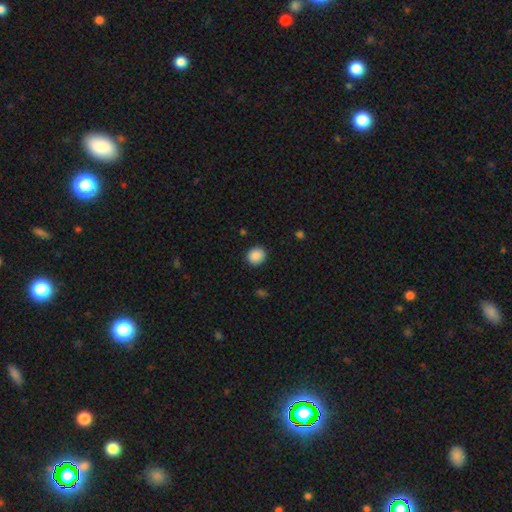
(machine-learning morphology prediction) This is clearly a smooth galaxy (89%). How rounded: likely round (79%). Merging: clearly none (90%).